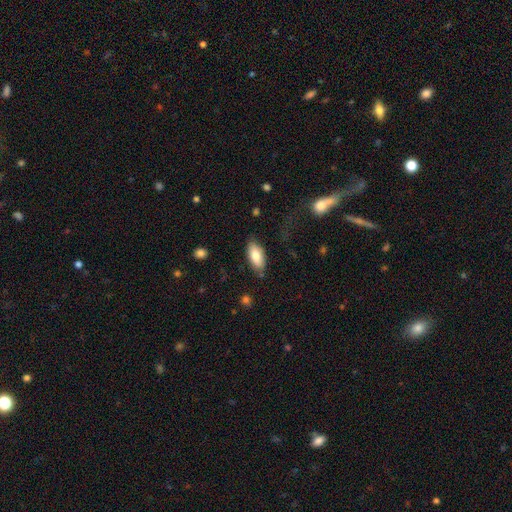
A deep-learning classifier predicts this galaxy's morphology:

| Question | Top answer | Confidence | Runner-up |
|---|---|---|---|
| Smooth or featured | smooth | 80% | featured or disk (14%) |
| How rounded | in between | 89% | cigar-shaped (9%) |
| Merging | none | 80% | minor disturbance (15%) |